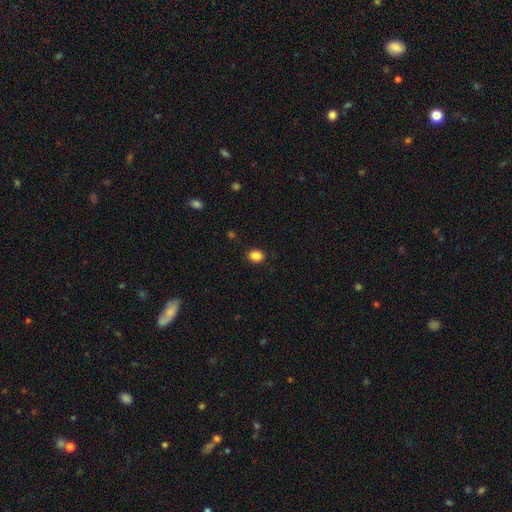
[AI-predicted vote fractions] A smooth galaxy with no disk features (87%) that is in between round and cigar-shaped (54%).

Vote fractions:
- Smooth or featured? smooth: 87% / star or artifact: 10% / featured or disk: 3%
- How rounded? in between: 54% / round: 45% / cigar-shaped: 1%
- Merging? none: 89% / minor disturbance: 8% / major disturbance: 2% / merger: 1%